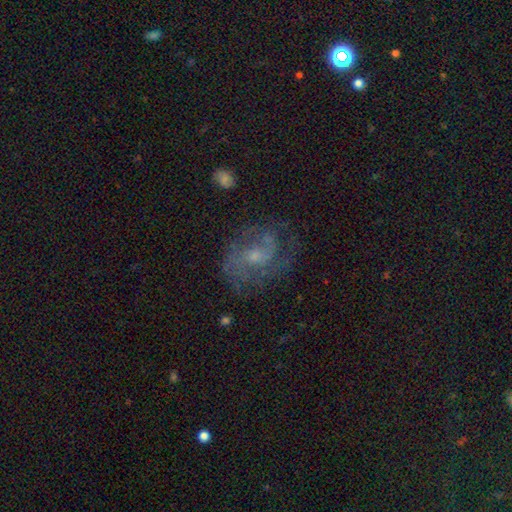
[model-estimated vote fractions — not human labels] A featured or disk galaxy (73%) with no bar (58%), 2 (49%) medium (49%) spiral arms (86%) and a small central bulge (55%). Merging: none (63%).